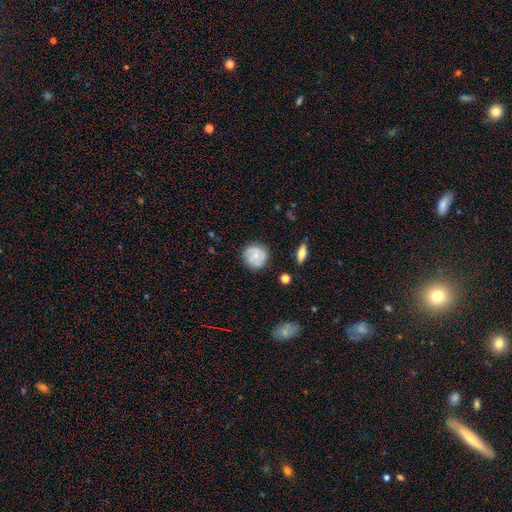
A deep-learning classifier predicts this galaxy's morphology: Overall: featured or disk (47%; smooth 46%). Merging: none (79%).